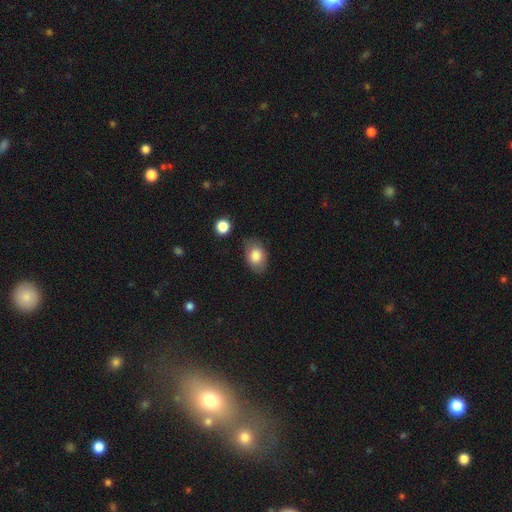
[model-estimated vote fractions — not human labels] smooth 82%, featured or disk 11%, star or artifact 7%. Down the decision tree: how rounded — in between (85%); merging — none (79%).